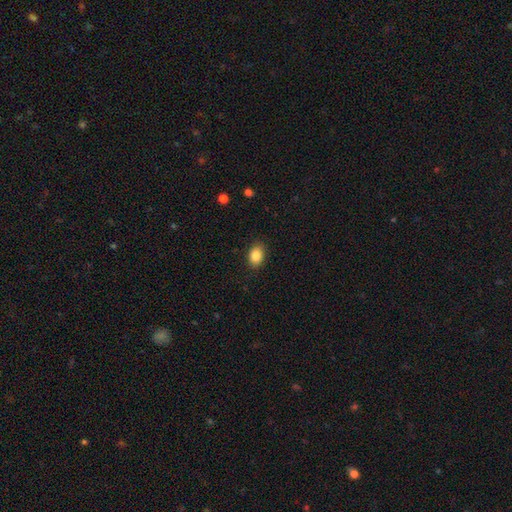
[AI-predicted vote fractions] Smooth or featured? smooth (86%)
How rounded? in between (75%)
Merging? none (88%)